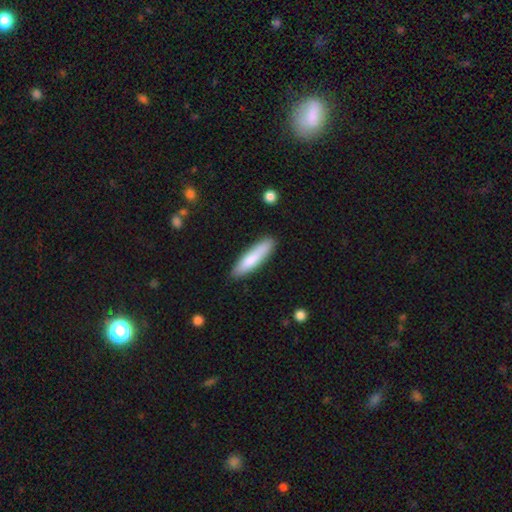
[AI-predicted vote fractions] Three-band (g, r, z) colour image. It shows a smooth galaxy with no disk features (80%) that is cigar-shaped (76%). Merging: none (87%).